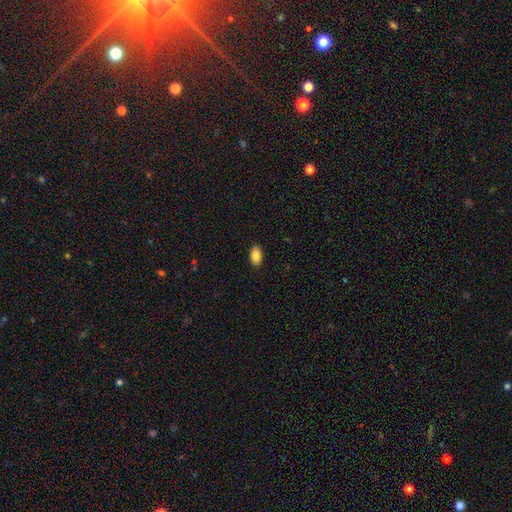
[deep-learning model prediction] Q: Smooth or featured?
A: smooth (86%); runner-up: star or artifact (8%)
Q: How rounded?
A: in between (91%); runner-up: round (7%)
Q: Merging?
A: none (89%); runner-up: minor disturbance (8%)